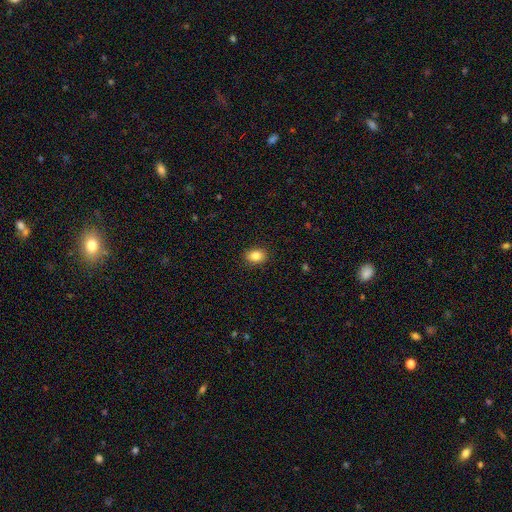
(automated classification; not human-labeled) A smooth galaxy with no disk features (85%) that is in between round and cigar-shaped (73%).

Vote fractions:
- Smooth or featured? smooth: 85% / star or artifact: 9% / featured or disk: 6%
- How rounded? in between: 73% / round: 26% / cigar-shaped: 1%
- Merging? none: 89% / minor disturbance: 8% / major disturbance: 2% / merger: 1%